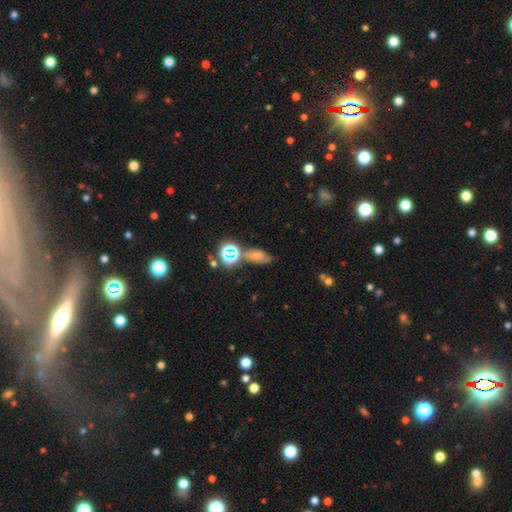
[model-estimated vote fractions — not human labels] This is possibly a smooth galaxy (59%). How rounded: likely in between (76%). Merging: possibly none (52%).